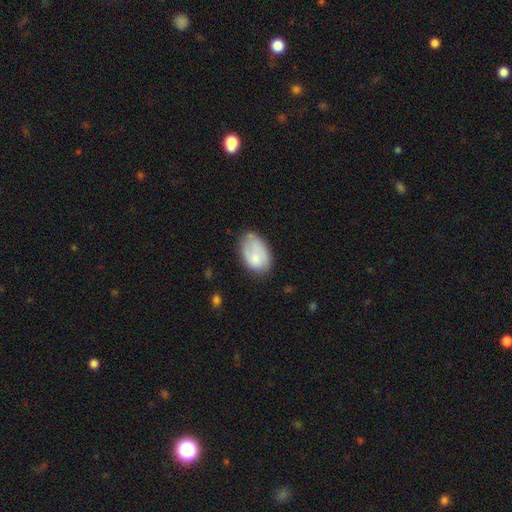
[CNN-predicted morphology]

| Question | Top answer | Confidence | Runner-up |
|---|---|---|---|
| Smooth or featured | smooth | 63% | featured or disk (30%) |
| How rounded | in between | 88% | round (11%) |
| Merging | none | 56% | minor disturbance (30%) |